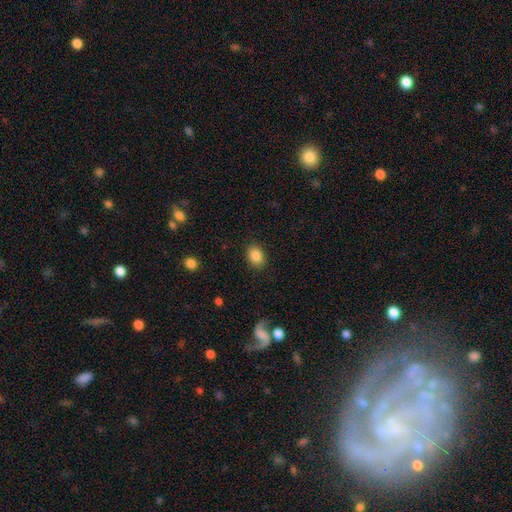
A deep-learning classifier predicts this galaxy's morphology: type=smooth (86%); roundness=in between (63%); merging=none (87%).